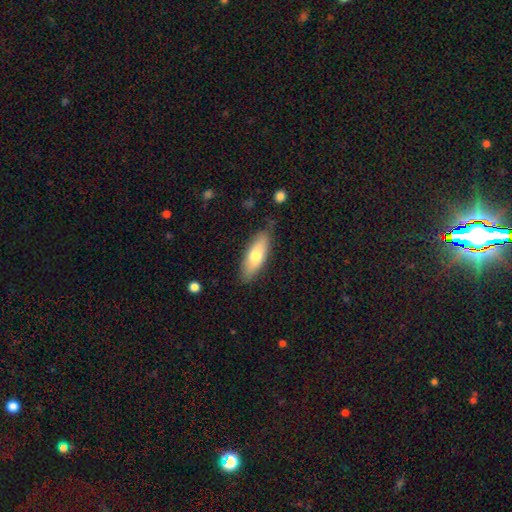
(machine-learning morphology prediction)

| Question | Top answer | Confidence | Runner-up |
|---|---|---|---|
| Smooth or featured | smooth | 69% | featured or disk (26%) |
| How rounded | in between | 62% | cigar-shaped (36%) |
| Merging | none | 80% | minor disturbance (16%) |